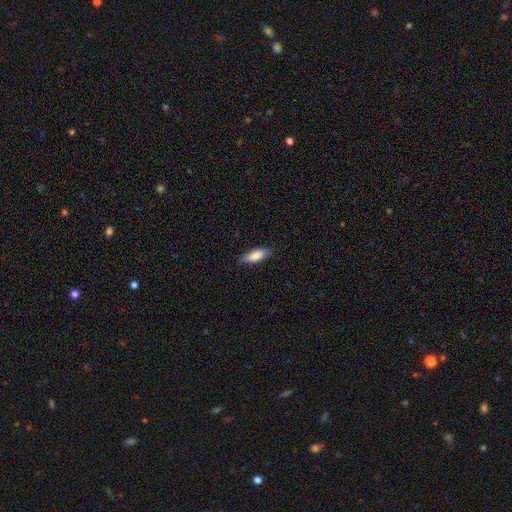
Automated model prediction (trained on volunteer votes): smooth_or_featured: smooth (p=0.85) [alt: featured or disk p=0.09]
how_rounded: in between (p=0.65) [alt: cigar-shaped p=0.33]
merging: none (p=0.81) [alt: minor disturbance p=0.15]